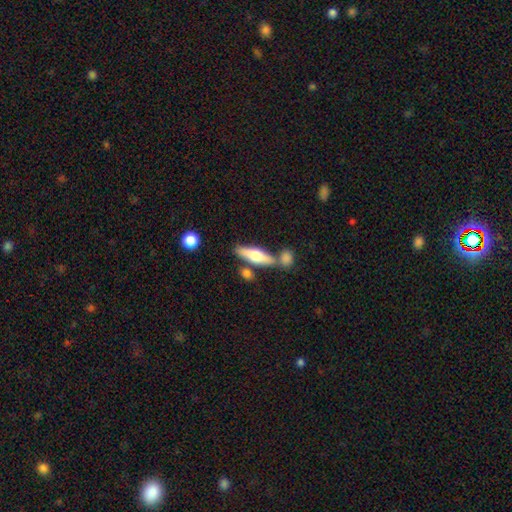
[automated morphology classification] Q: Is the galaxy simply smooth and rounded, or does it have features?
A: smooth — 52%.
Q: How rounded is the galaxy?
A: cigar-shaped — 59%.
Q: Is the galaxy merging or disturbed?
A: none — 66%.